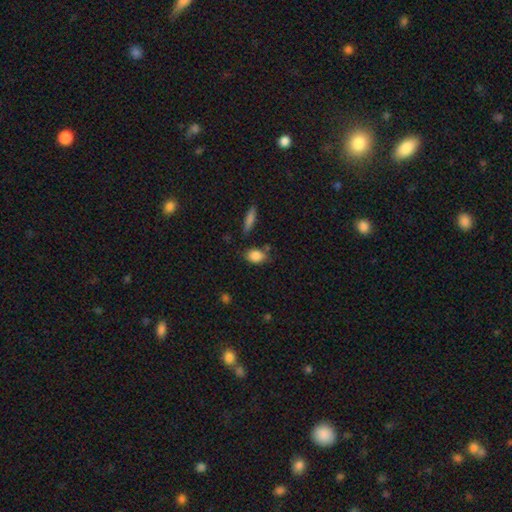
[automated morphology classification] Smooth or featured: smooth — 85% (star or artifact — 8%)
How rounded: in between — 76% (round — 21%)
Merging: none — 68% (minor disturbance — 21%)